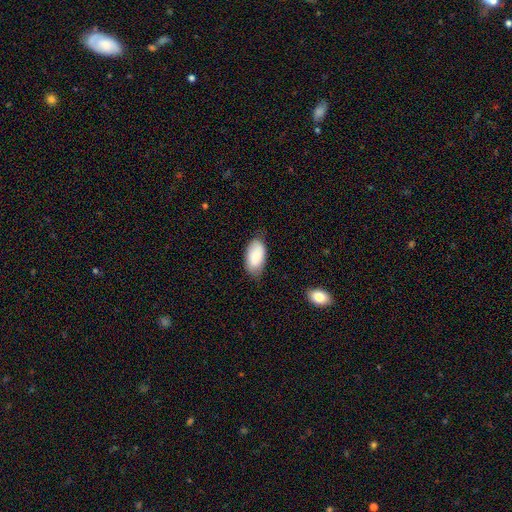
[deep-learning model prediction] smooth_or_featured: smooth (p=0.86) [alt: featured or disk p=0.08]
how_rounded: in between (p=0.95) [alt: cigar-shaped p=0.03]
merging: none (p=0.70) [alt: minor disturbance p=0.24]